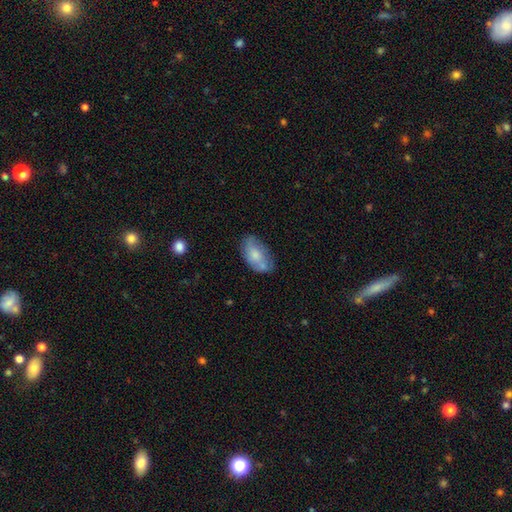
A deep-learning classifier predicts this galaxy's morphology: smooth 65%, featured or disk 28%, star or artifact 7%. Down the decision tree: how rounded — in between (92%); merging — none (57%).